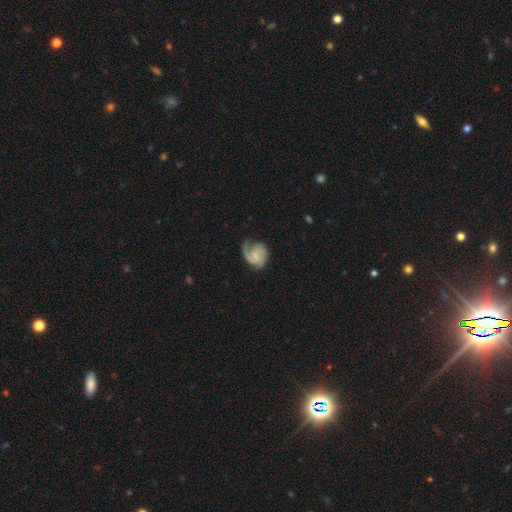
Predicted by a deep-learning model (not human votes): Overall: featured or disk (75%). Edge-on disk: no (98%). Bar: no (63%; weak 32%). Spiral arms: yes (95%). Spiral arm count: 2 (43%; 3 23%). Spiral winding: medium (45%; tight 34%). Bulge size: small (54%; none 25%). Merging: none (56%; minor disturbance 25%).